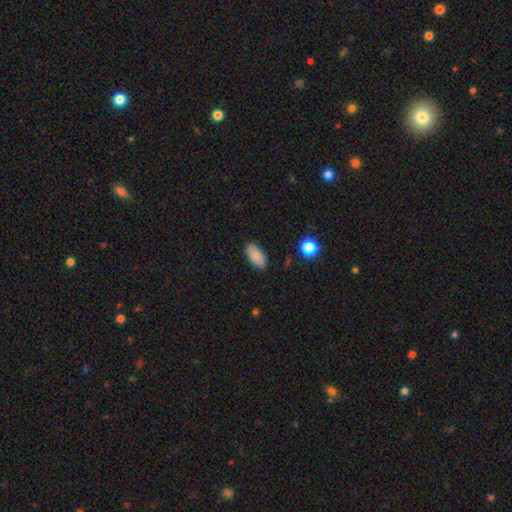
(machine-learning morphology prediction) This is clearly a smooth galaxy (86%). How rounded: clearly in between (91%). Merging: clearly none (87%).